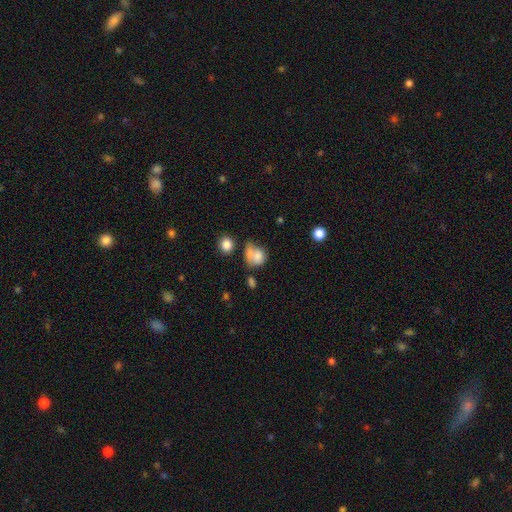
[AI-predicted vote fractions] Smooth or featured: smooth — 74% (featured or disk — 15%)
How rounded: round — 56% (in between — 42%)
Merging: merger — 35% (none — 29%)